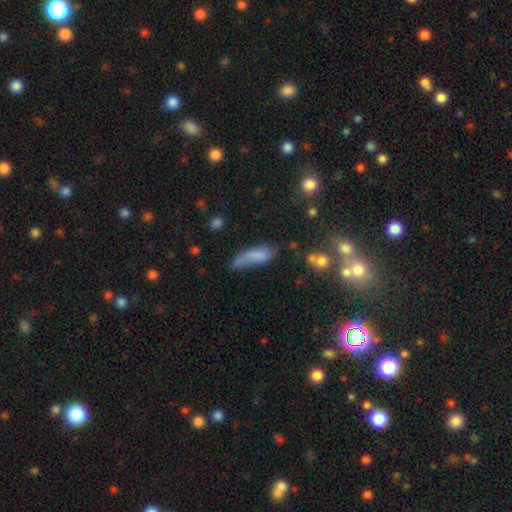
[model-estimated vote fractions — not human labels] This appears to be a smooth galaxy with no disk features (70%) that is in between round and cigar-shaped (56%). Merging: none (38%).